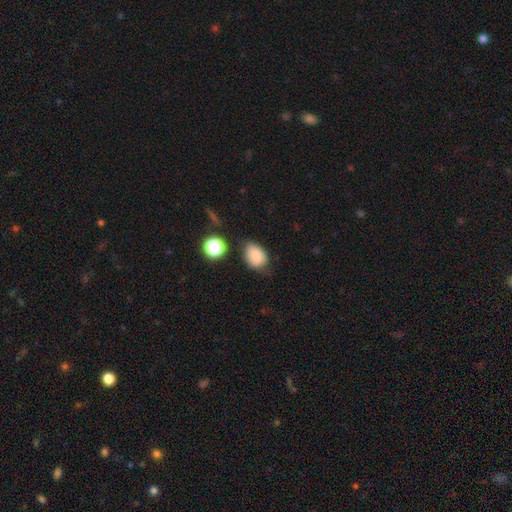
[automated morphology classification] Smooth or featured: smooth — 83% (star or artifact — 10%)
How rounded: in between — 72% (round — 27%)
Merging: none — 64% (minor disturbance — 26%)